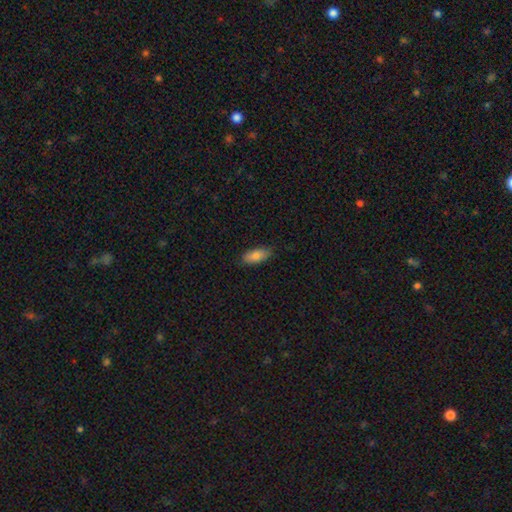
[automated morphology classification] smooth-or-featured: smooth: 82% | featured or disk: 11% | star or artifact: 7%
  how-rounded: in between: 84% | cigar-shaped: 14% | round: 2%
  merging: none: 85% | minor disturbance: 12% | major disturbance: 2% | merger: 1%